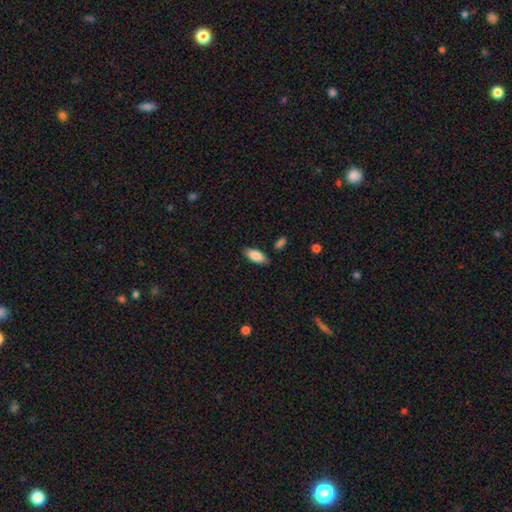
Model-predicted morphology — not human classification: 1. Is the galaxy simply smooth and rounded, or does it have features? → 87% smooth, 7% featured or disk, 6% star or artifact.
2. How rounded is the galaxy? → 87% in between, 11% cigar-shaped, 2% round.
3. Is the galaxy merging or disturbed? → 84% none, 12% minor disturbance, 2% major disturbance, 2% merger.